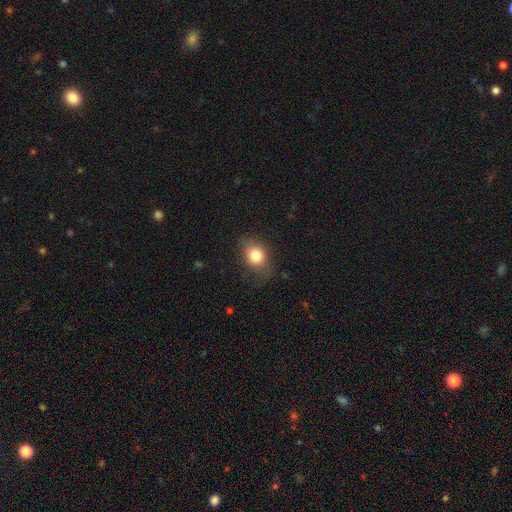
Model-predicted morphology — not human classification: Smooth or featured: smooth — 79% (featured or disk — 11%)
How rounded: in between — 52% (round — 47%)
Merging: none — 71% (minor disturbance — 21%)